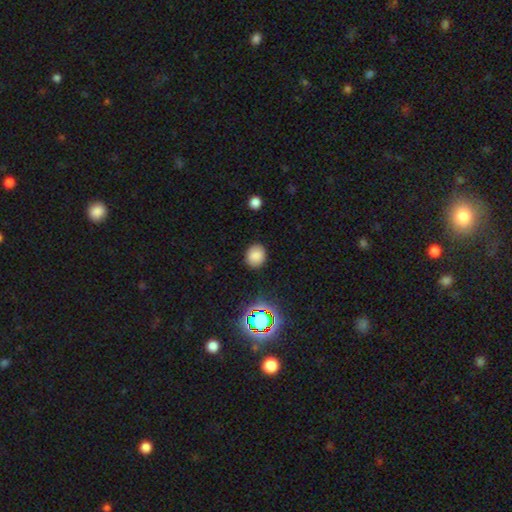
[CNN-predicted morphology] Overall: smooth (80%). How rounded: round (77%). Merging: none (88%).